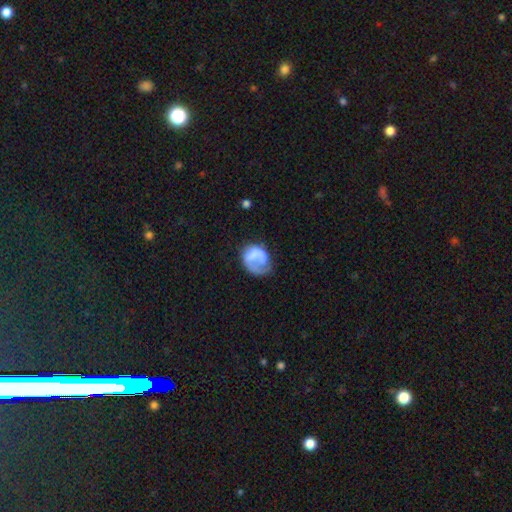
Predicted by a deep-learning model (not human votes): Overall: smooth (56%; featured or disk 36%). How rounded: round (50%; in between 49%). Merging: major disturbance (36%; none 35%).